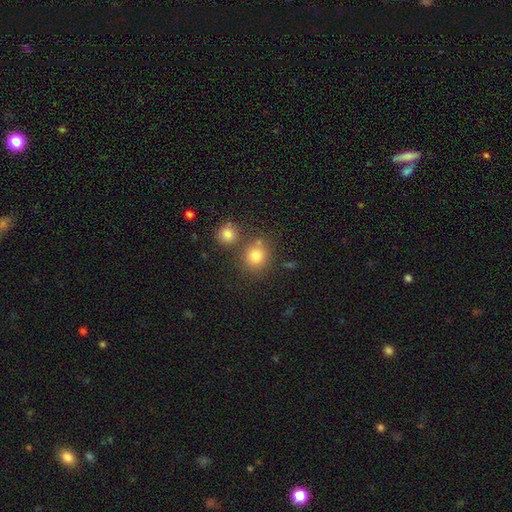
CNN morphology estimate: This is likely a smooth galaxy (79%). How rounded: clearly round (85%). Merging: likely none (68%).